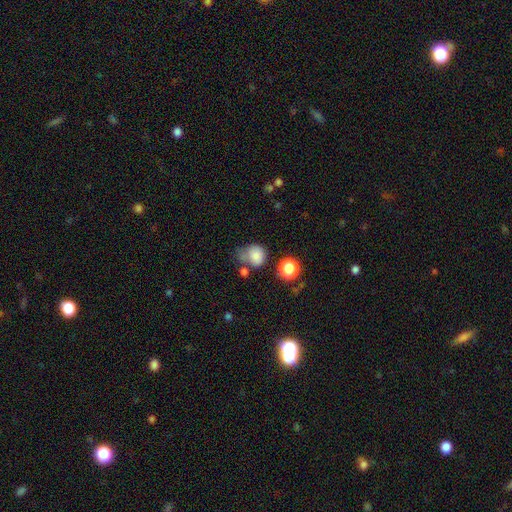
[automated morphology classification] A smooth galaxy with no disk features (79%) that is round (72%).

Vote fractions:
- Smooth or featured? smooth: 79% / star or artifact: 11% / featured or disk: 9%
- How rounded? round: 72% / in between: 27% / cigar-shaped: 1%
- Merging? none: 40% / minor disturbance: 27% / merger: 17% / major disturbance: 16%